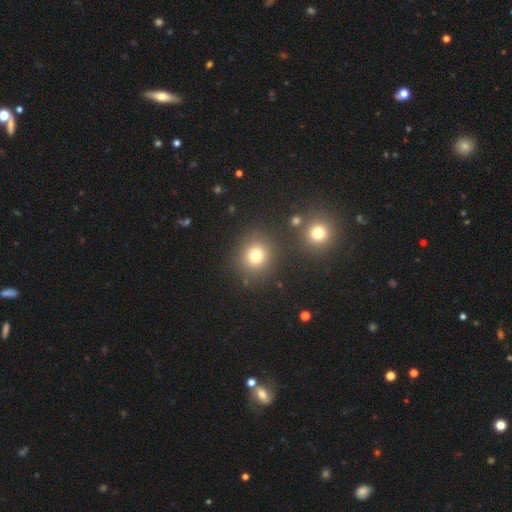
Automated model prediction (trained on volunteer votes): The model was most divided on "smooth or featured": smooth: 76%, star or artifact: 16%, featured or disk: 8%. More confident: how rounded — round (88%); merging — none (82%).